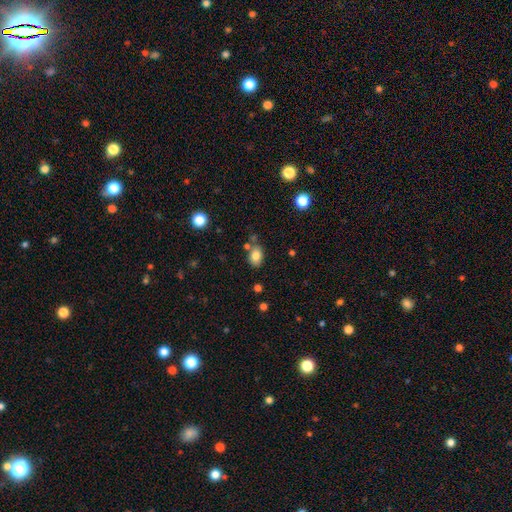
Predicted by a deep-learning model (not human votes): This appears to be a smooth galaxy with no disk features (81%) that is in between round and cigar-shaped (76%). Merging: none (70%).